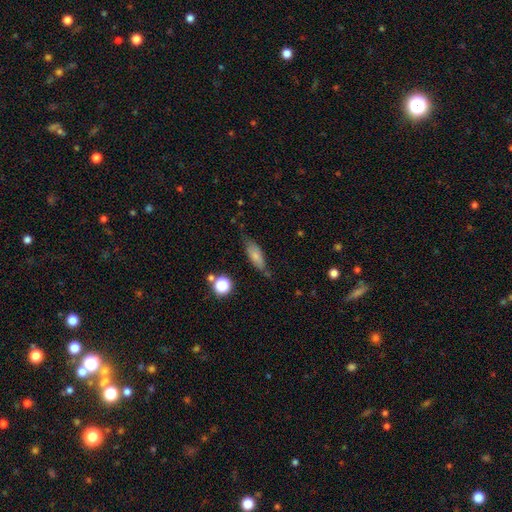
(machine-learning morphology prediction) This appears to be a smooth galaxy with no disk features (71%) that is in between round and cigar-shaped (63%). Merging: none (63%).